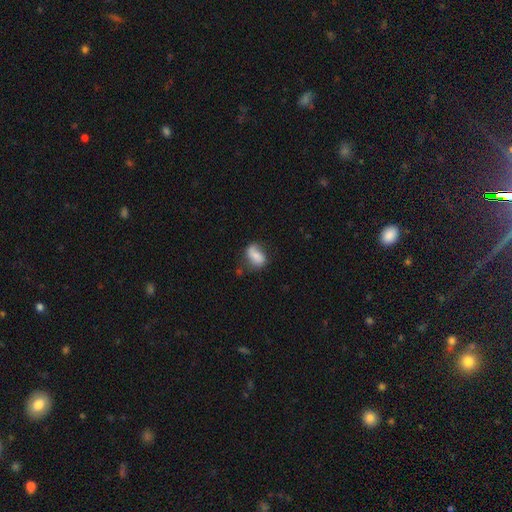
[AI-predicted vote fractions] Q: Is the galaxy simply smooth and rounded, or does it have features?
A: smooth — 69%.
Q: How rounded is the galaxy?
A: in between — 84%.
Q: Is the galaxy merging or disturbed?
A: none — 50%.